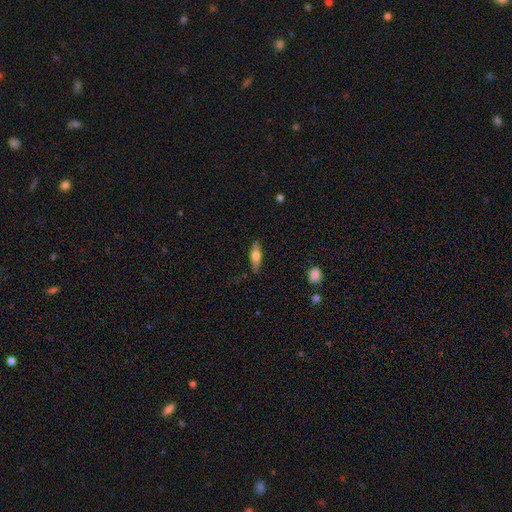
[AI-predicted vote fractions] A smooth galaxy with no disk features (53%) that is cigar-shaped (52%).

Vote fractions:
- Smooth or featured? smooth: 53% / featured or disk: 41% / star or artifact: 6%
- How rounded? cigar-shaped: 52% / in between: 45% / round: 3%
- Merging? none: 84% / minor disturbance: 12% / major disturbance: 2% / merger: 1%